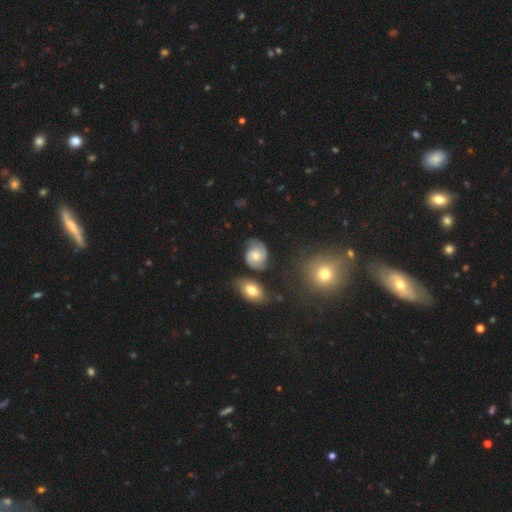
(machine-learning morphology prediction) Smooth or featured? Predicted: featured or disk (p=0.64). Edge-on disk? Predicted: no (p=0.97). Bar? Predicted: no (p=0.66). Spiral arms? Predicted: yes (p=0.91). Spiral winding? Predicted: medium (p=0.47). Spiral arm count? Predicted: 2 (p=0.81). Bulge size? Predicted: moderate (p=0.59). Merging? Predicted: none (p=0.64).